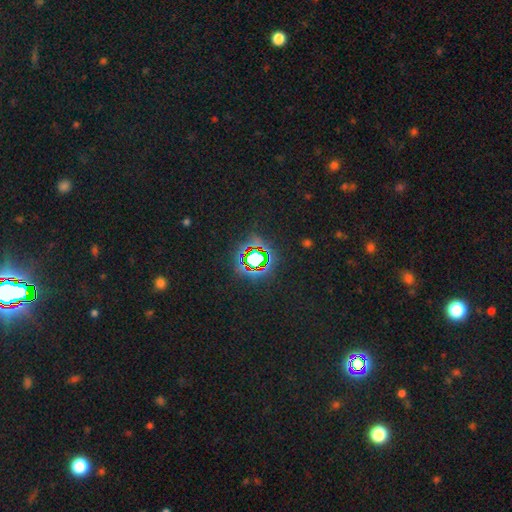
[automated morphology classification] smooth_or_featured: star or artifact (p=0.76) [alt: smooth p=0.15]